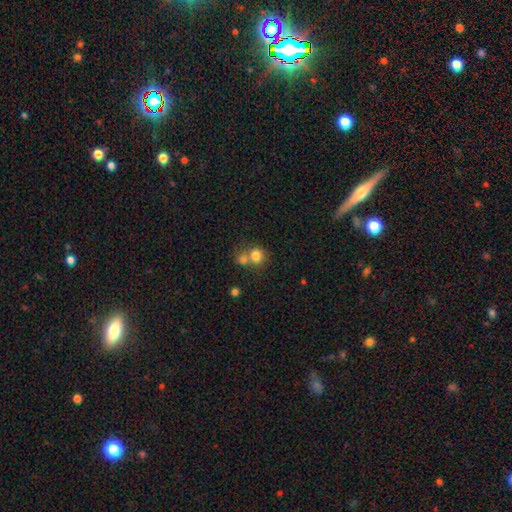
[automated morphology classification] Overall: smooth (79%). How rounded: round (83%). Merging: merger (48%; none 41%).